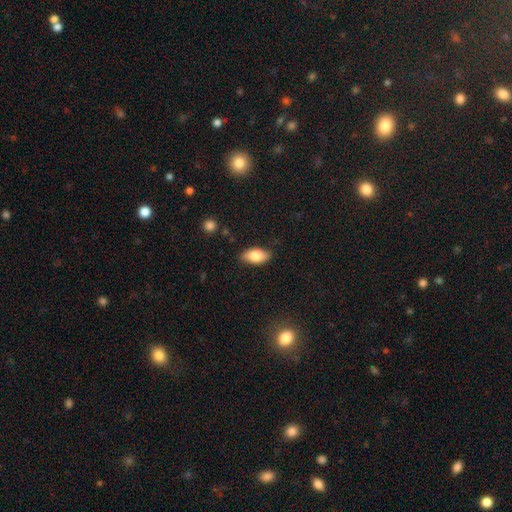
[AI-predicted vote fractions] smooth-or-featured: smooth: 80% | featured or disk: 13% | star or artifact: 7%
  how-rounded: in between: 91% | cigar-shaped: 5% | round: 4%
  merging: none: 81% | minor disturbance: 15% | major disturbance: 3% | merger: 1%